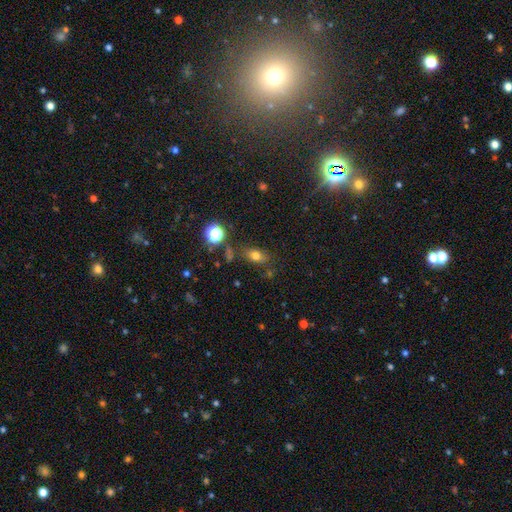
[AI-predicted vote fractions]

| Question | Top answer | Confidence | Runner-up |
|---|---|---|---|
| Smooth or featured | smooth | 69% | star or artifact (18%) |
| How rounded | in between | 70% | round (25%) |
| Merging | none | 72% | minor disturbance (16%) |